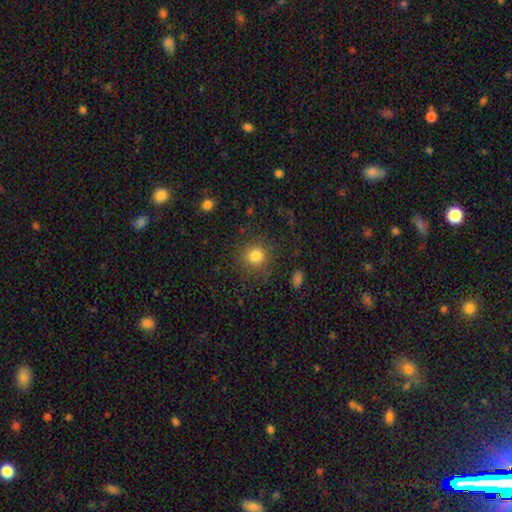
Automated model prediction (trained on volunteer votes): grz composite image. It shows a smooth galaxy with no disk features (82%) that is round (91%). Merging: none (86%).